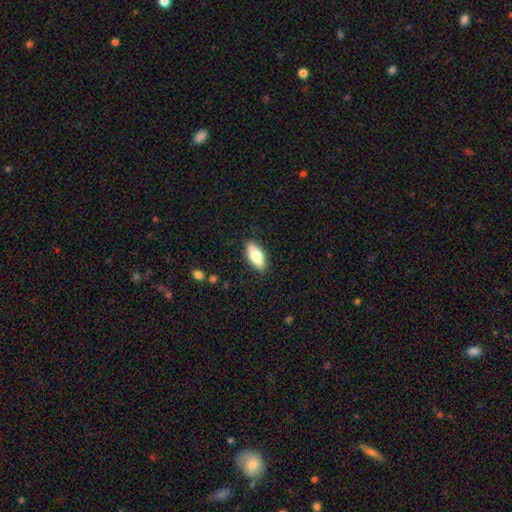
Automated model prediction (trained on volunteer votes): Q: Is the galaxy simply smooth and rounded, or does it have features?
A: smooth — 75%.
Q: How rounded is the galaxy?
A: in between — 78%.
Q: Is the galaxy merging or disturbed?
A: none — 88%.